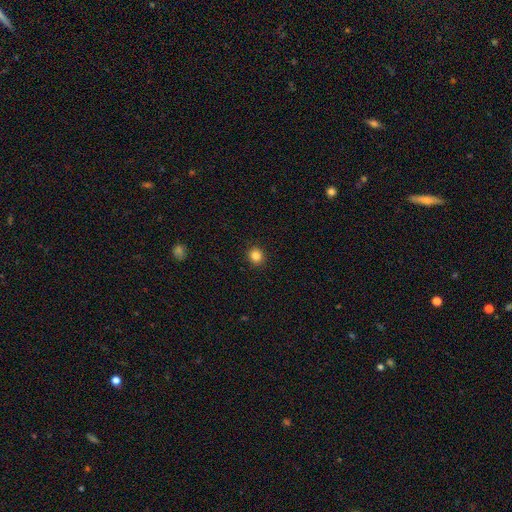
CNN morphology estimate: A smooth galaxy with no disk features (85%) that is round (86%).

Vote fractions:
- Smooth or featured? smooth: 85% / star or artifact: 11% / featured or disk: 4%
- How rounded? round: 86% / in between: 13% / cigar-shaped: 1%
- Merging? none: 92% / minor disturbance: 5% / major disturbance: 2% / merger: 1%